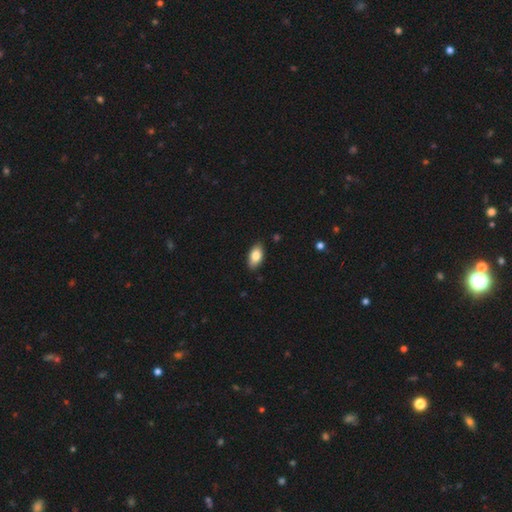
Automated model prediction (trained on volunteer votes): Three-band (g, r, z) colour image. It shows a smooth galaxy with no disk features (82%) that is in between round and cigar-shaped (92%). Merging: none (86%).